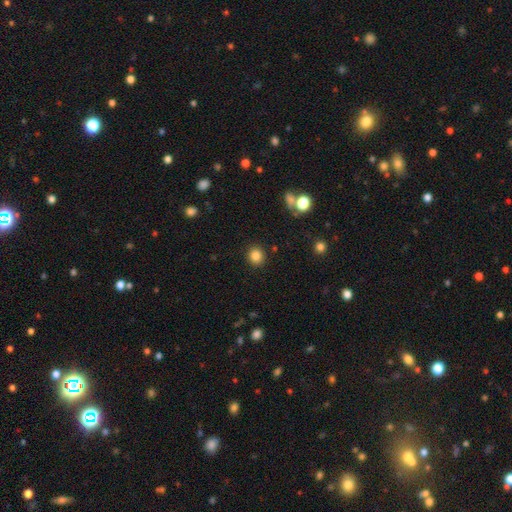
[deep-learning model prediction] A smooth galaxy with no disk features (84%) that is round (84%). Merging: none (90%).